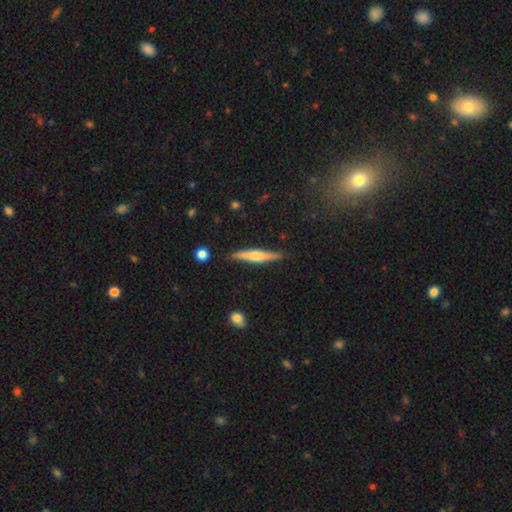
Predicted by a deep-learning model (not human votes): A featured or disk galaxy (56%) viewed edge-on (96%) with a rounded central bulge (81%). Merging: none (87%).